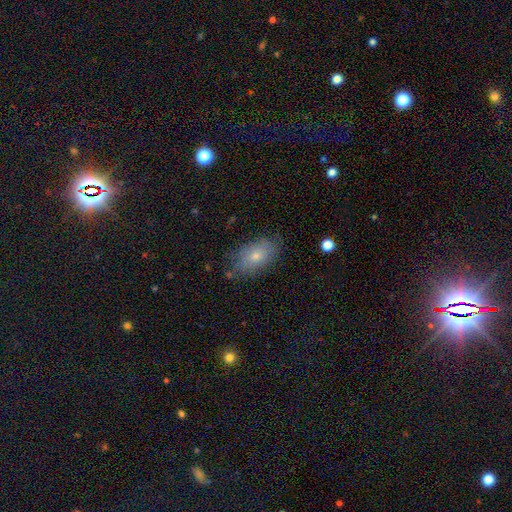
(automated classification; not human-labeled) Q: Smooth or featured?
A: smooth (71%); runner-up: featured or disk (19%)
Q: How rounded?
A: in between (90%); runner-up: round (7%)
Q: Merging?
A: none (79%); runner-up: minor disturbance (16%)